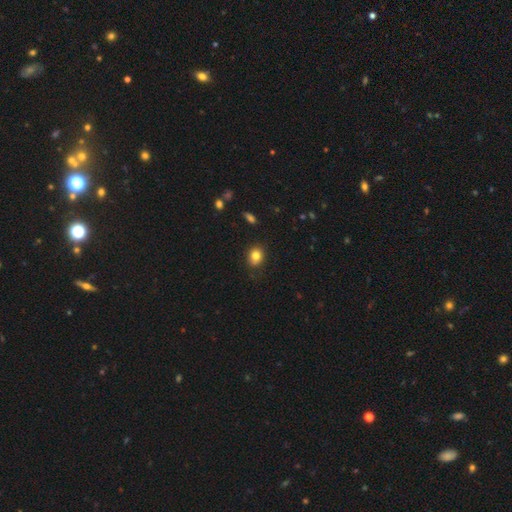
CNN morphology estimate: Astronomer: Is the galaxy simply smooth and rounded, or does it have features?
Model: smooth — 81%.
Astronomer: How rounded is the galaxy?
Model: round — 61% (runner-up: in between, 38%).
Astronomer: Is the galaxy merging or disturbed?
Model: none — 79%.